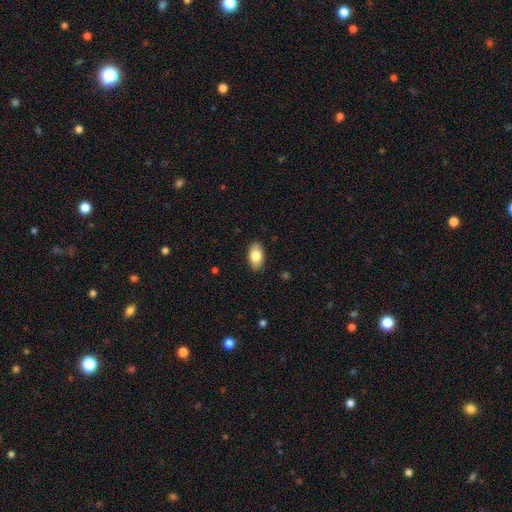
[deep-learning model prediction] A smooth galaxy with no disk features (82%) that is in between round and cigar-shaped (93%).

Vote fractions:
- Smooth or featured? smooth: 82% / featured or disk: 11% / star or artifact: 7%
- How rounded? in between: 93% / round: 5% / cigar-shaped: 2%
- Merging? none: 89% / minor disturbance: 9% / major disturbance: 2% / merger: 1%